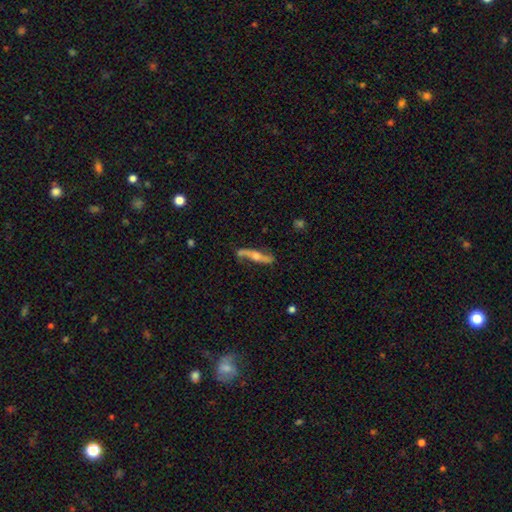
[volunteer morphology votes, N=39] Smooth or featured? featured or disk (90%)
Edge-on disk? yes (54%)
Edge-on bulge? rounded (89%)
Merging? none (74%)